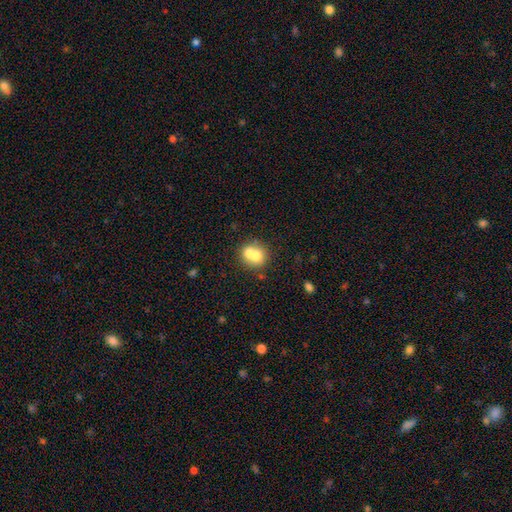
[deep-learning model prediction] This is likely a smooth galaxy (68%). How rounded: likely round (77%). Merging: possibly merger (58%).